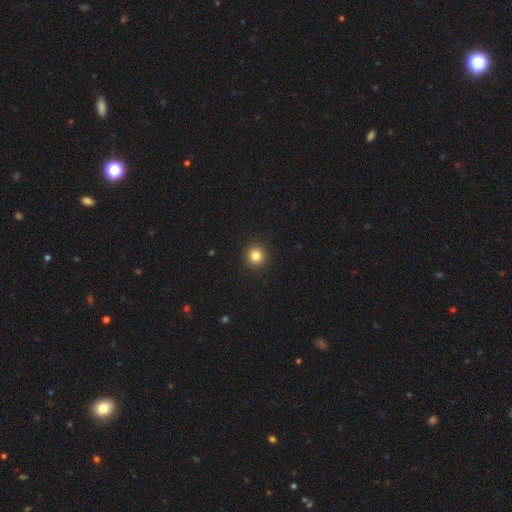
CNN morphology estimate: Q: Smooth or featured?
A: smooth (84%); runner-up: star or artifact (12%)
Q: How rounded?
A: round (95%); runner-up: in between (4%)
Q: Merging?
A: none (93%); runner-up: minor disturbance (4%)